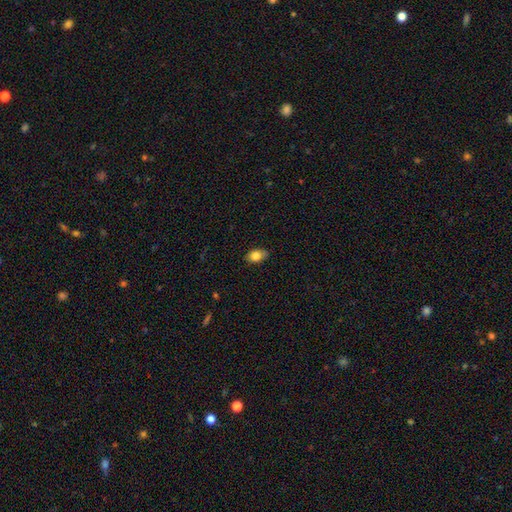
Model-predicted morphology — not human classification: Smooth or featured?
  - smooth: 82% *
  - featured or disk: 10%
  - star or artifact: 8%
How rounded?
  - in between: 81% *
  - round: 17%
  - cigar-shaped: 2%
Merging?
  - none: 79% *
  - minor disturbance: 17%
  - major disturbance: 3%
  - merger: 1%